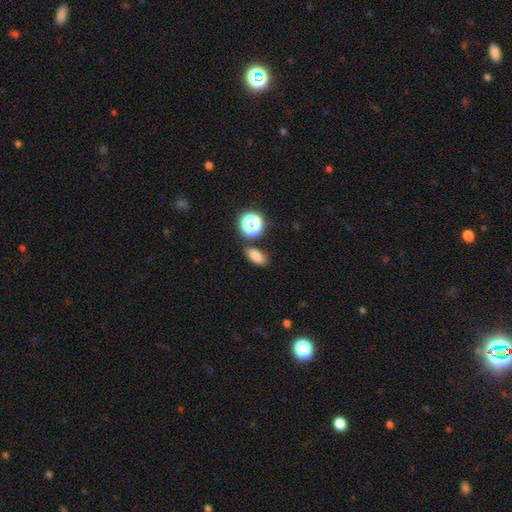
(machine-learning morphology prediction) A smooth galaxy with no disk features (77%) that is in between round and cigar-shaped (81%).

Vote fractions:
- Smooth or featured? smooth: 77% / star or artifact: 15% / featured or disk: 7%
- How rounded? in between: 81% / round: 15% / cigar-shaped: 4%
- Merging? none: 74% / minor disturbance: 15% / merger: 7% / major disturbance: 4%